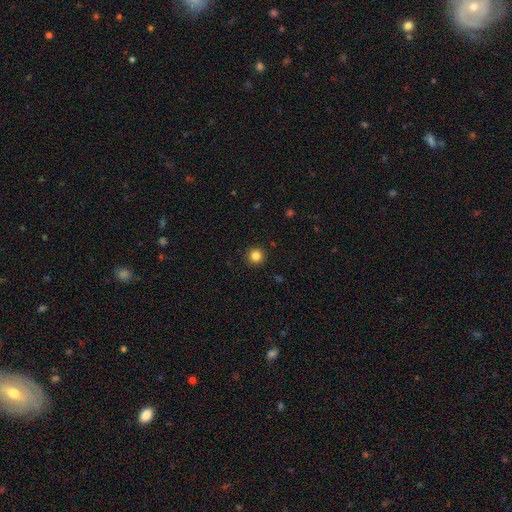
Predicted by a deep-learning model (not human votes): smooth-or-featured: smooth: 84% | star or artifact: 12% | featured or disk: 4%
  how-rounded: round: 96% | in between: 3% | cigar-shaped: 1%
  merging: none: 93% | minor disturbance: 5% | major disturbance: 2% | merger: 1%